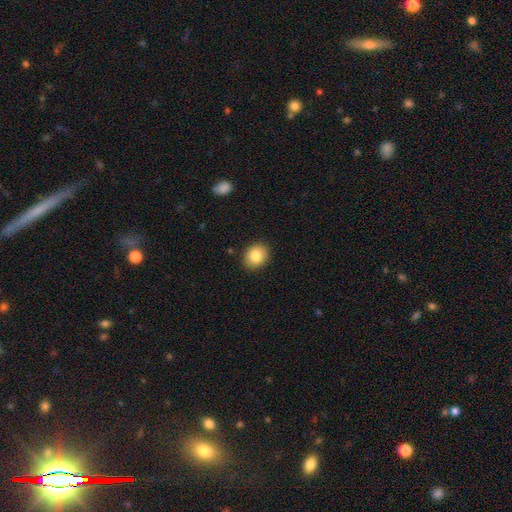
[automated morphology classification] Smooth or featured? smooth (85%)
How rounded? round (57%)
Merging? none (89%)